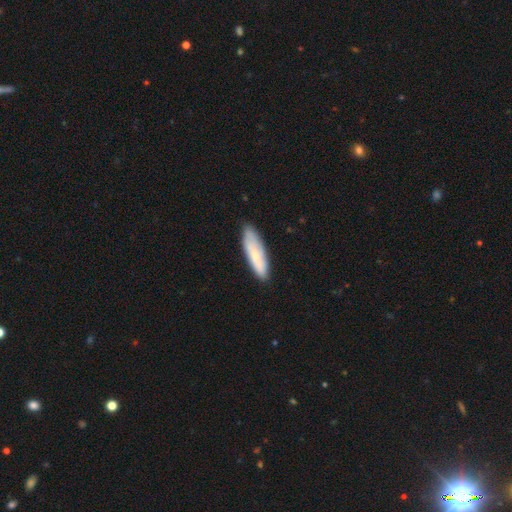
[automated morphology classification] This is likely a smooth galaxy (69%). How rounded: likely cigar-shaped (60%). Merging: clearly none (81%).